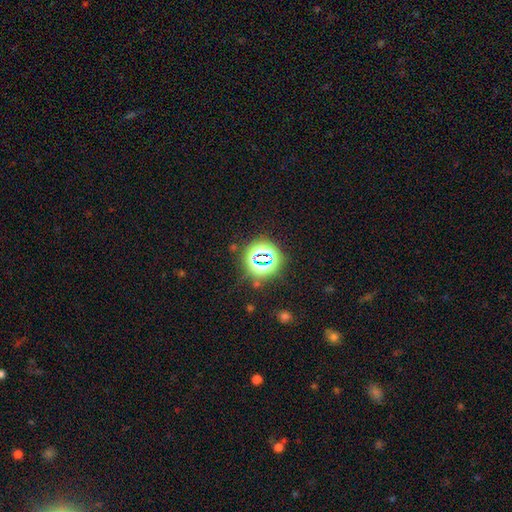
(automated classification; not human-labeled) smooth_or_featured: star or artifact (p=0.73) [alt: smooth p=0.18]